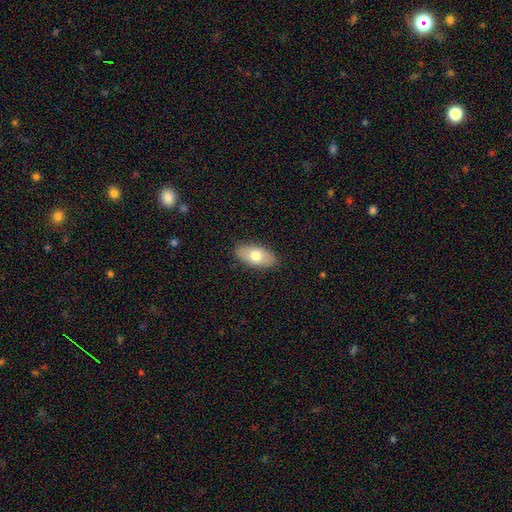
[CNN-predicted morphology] type=smooth (73%); roundness=in between (92%); merging=none (87%).